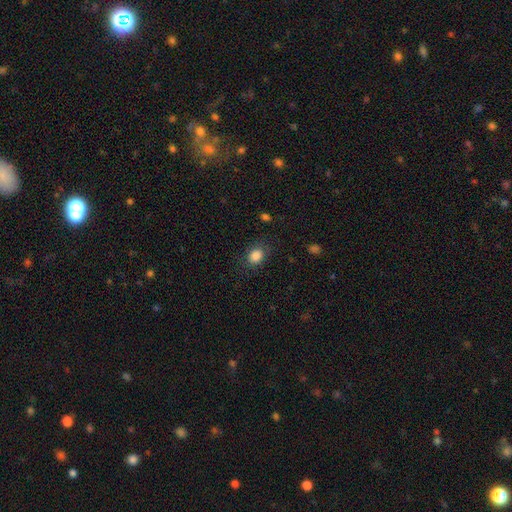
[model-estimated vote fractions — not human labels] Q: Smooth or featured?
A: smooth (85%); runner-up: star or artifact (10%)
Q: How rounded?
A: in between (55%); runner-up: round (44%)
Q: Merging?
A: none (79%); runner-up: minor disturbance (14%)